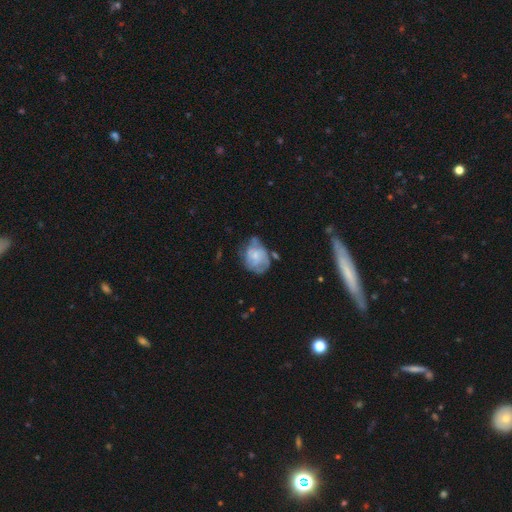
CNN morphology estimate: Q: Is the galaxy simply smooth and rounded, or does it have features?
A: featured or disk — 49%.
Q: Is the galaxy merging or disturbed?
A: none — 41%.